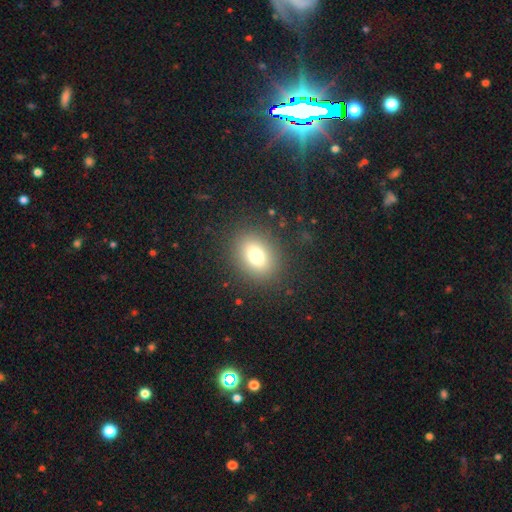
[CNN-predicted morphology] smooth_or_featured: smooth (p=0.76) [alt: star or artifact p=0.13]
how_rounded: in between (p=0.52) [alt: round p=0.47]
merging: none (p=0.86) [alt: minor disturbance p=0.08]